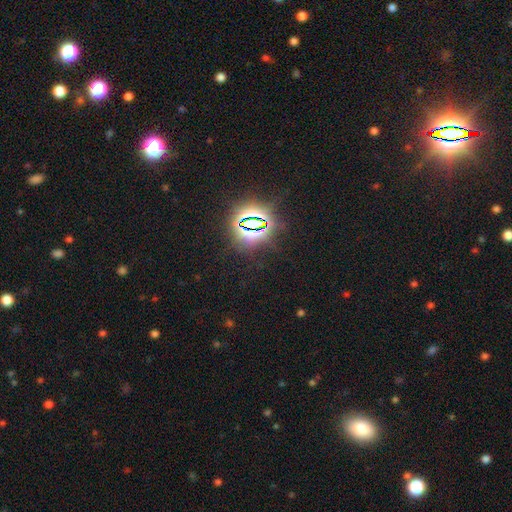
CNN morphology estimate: Smooth or featured? Predicted: star or artifact (p=0.81).